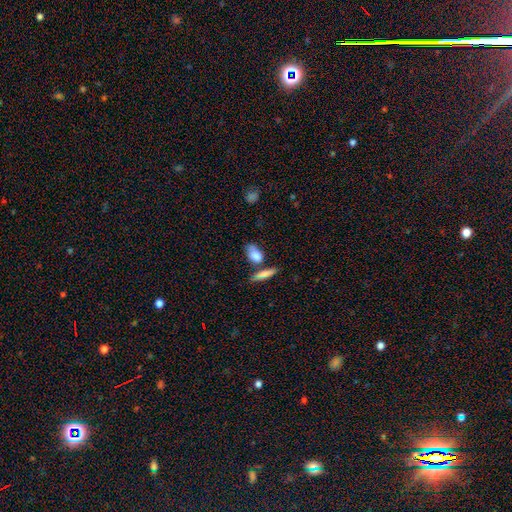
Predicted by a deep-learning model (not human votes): smooth_or_featured: smooth (p=0.79) [alt: featured or disk p=0.14]
how_rounded: in between (p=0.74) [alt: round p=0.13]
merging: none (p=0.50) [alt: merger p=0.23]